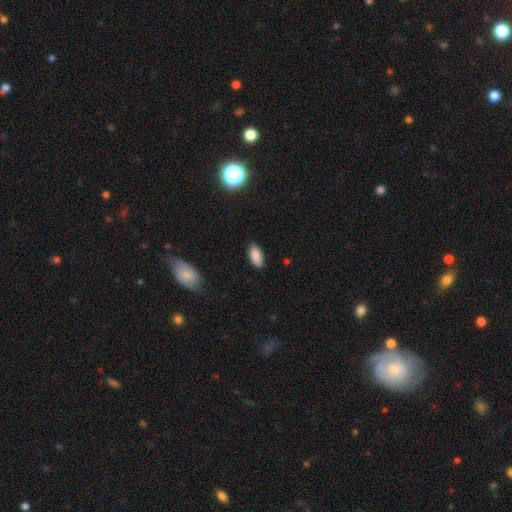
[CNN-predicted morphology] A smooth galaxy with no disk features (87%) that is in between round and cigar-shaped (90%).

Vote fractions:
- Smooth or featured? smooth: 87% / star or artifact: 8% / featured or disk: 5%
- How rounded? in between: 90% / cigar-shaped: 7% / round: 2%
- Merging? none: 81% / minor disturbance: 15% / major disturbance: 2% / merger: 1%